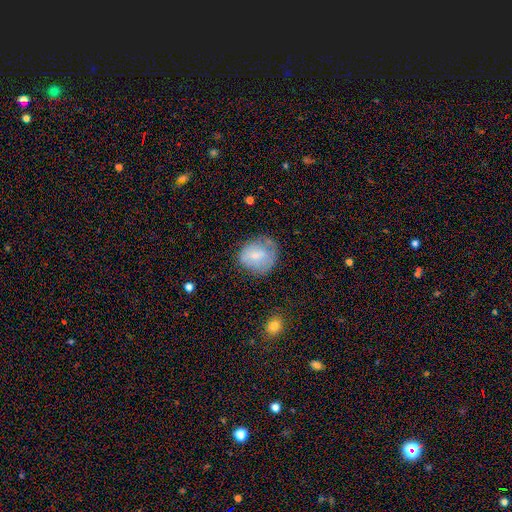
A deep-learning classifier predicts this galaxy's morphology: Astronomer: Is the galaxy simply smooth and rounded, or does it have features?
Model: smooth — 63%.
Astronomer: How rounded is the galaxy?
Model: round — 76%.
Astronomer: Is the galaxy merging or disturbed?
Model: none — 54% (runner-up: minor disturbance, 30%).